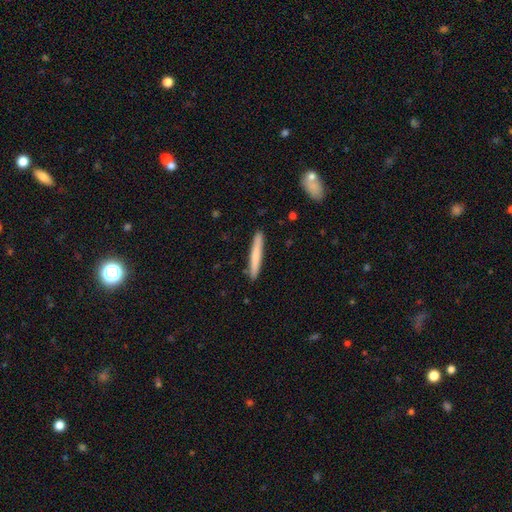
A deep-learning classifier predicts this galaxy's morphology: The model was most divided on "smooth or featured": smooth: 71%, featured or disk: 24%, star or artifact: 5%. More confident: how rounded — cigar-shaped (96%); merging — none (91%).